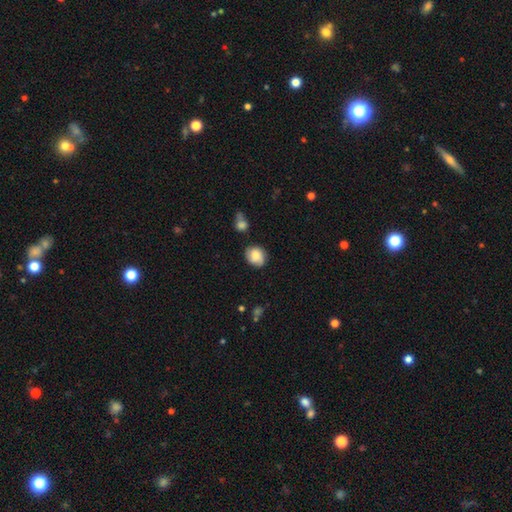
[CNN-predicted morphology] A smooth galaxy with no disk features (70%) that is round (61%).

Vote fractions:
- Smooth or featured? smooth: 70% / featured or disk: 22% / star or artifact: 8%
- How rounded? round: 61% / in between: 38% / cigar-shaped: 1%
- Merging? none: 74% / minor disturbance: 18% / major disturbance: 4% / merger: 4%